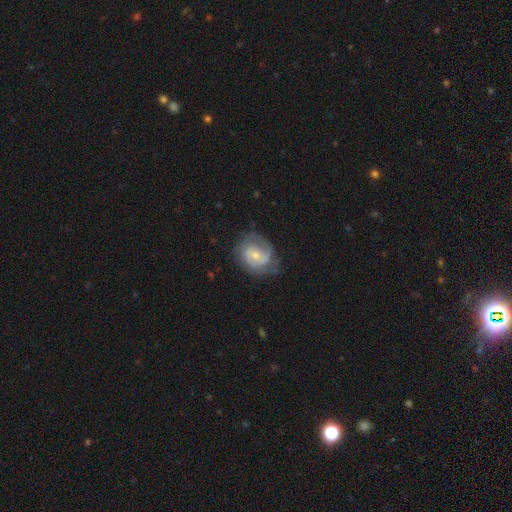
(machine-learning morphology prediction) Q: Smooth or featured?
A: featured or disk (69%); runner-up: smooth (25%)
Q: Edge-on disk?
A: no (97%); runner-up: yes (3%)
Q: Bar?
A: no (60%); runner-up: weak (34%)
Q: Spiral arms?
A: yes (87%); runner-up: no (13%)
Q: Spiral winding?
A: tight (42%); tied with: medium (42%)
Q: Spiral arm count?
A: 2 (59%); runner-up: can't tell (20%)
Q: Bulge size?
A: small (53%); runner-up: moderate (42%)
Q: Merging?
A: none (60%); runner-up: minor disturbance (25%)